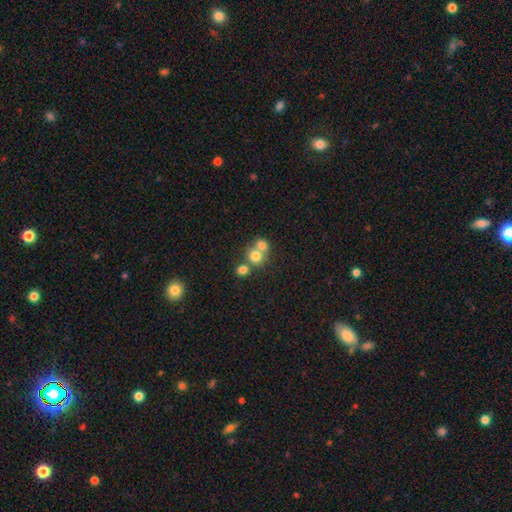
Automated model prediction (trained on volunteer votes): Morphology: type=smooth (73%); roundness=round (78%); merging=merger (56%).